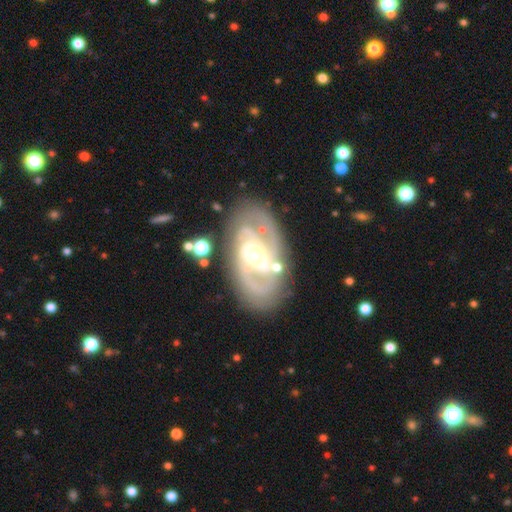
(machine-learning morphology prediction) This is clearly a featured or disk galaxy (88%). It is clearly not viewed edge-on (96%). Bar: marginally no (42%). Spiral arm pattern: clearly yes (96%). Spiral arm count: possibly 2 (57%). Spiral winding: possibly tight (53%). Central bulge: possibly moderate (51%). Merging: likely none (77%).